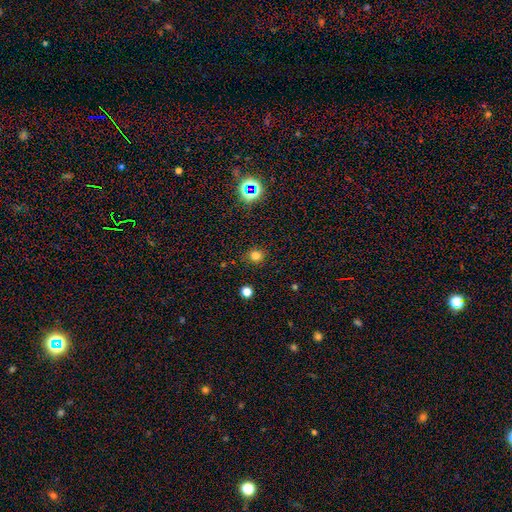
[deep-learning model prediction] This is likely a smooth galaxy (77%). How rounded: clearly round (84%). Merging: clearly none (88%).